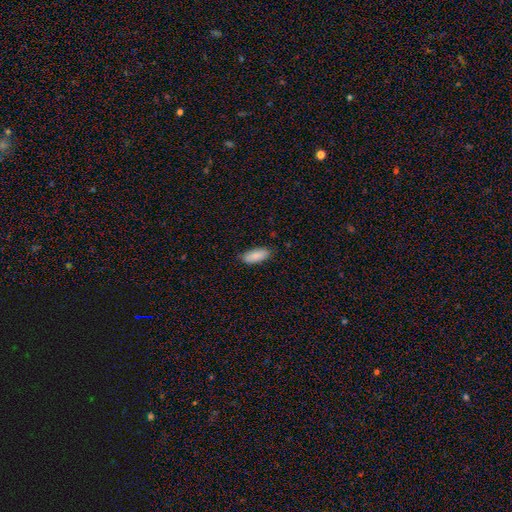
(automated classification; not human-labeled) Smooth or featured: smooth — 87% (featured or disk — 6%)
How rounded: in between — 84% (cigar-shaped — 14%)
Merging: none — 82% (minor disturbance — 15%)